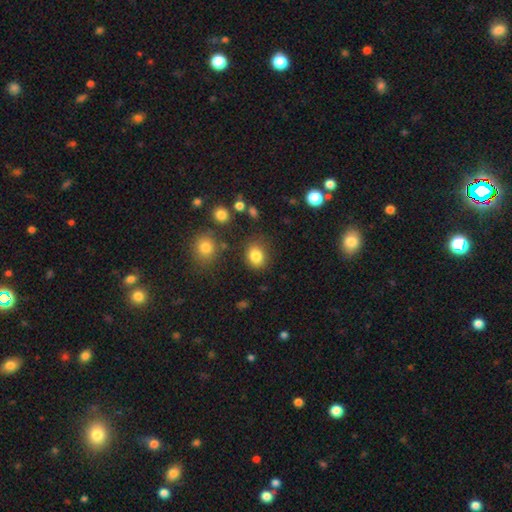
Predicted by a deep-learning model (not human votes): Morphology: type=smooth (83%); roundness=round (53%); merging=none (78%).